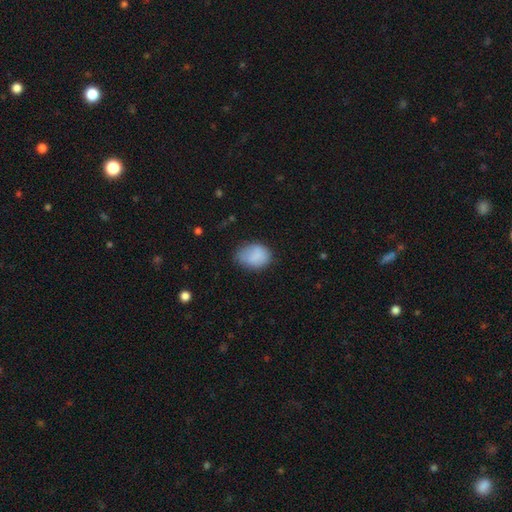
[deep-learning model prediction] smooth 85%, star or artifact 8%, featured or disk 7%. Down the decision tree: how rounded — in between (69%); merging — none (62%).